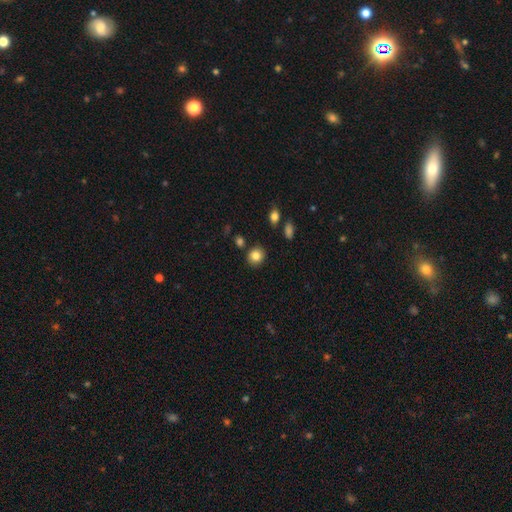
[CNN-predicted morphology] Smooth or featured? smooth (83%)
How rounded? round (78%)
Merging? none (86%)